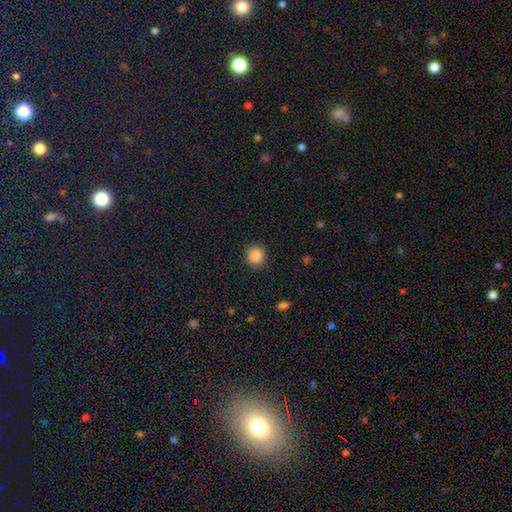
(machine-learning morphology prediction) A smooth galaxy with no disk features (87%) that is round (91%). Merging: none (90%).